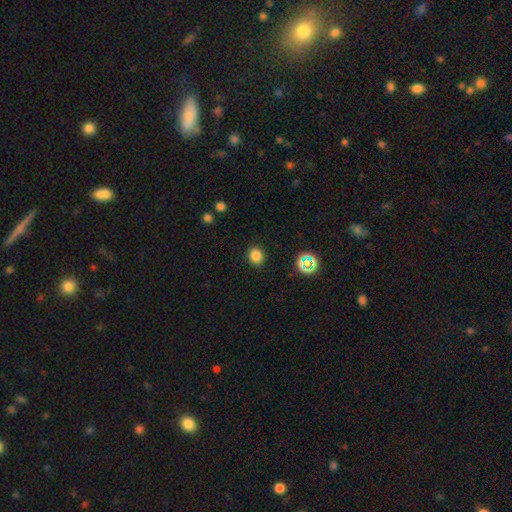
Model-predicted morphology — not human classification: smooth-or-featured: smooth: 81% | star or artifact: 15% | featured or disk: 4%
  how-rounded: round: 74% | in between: 25% | cigar-shaped: 1%
  merging: none: 90% | minor disturbance: 7% | major disturbance: 2% | merger: 1%